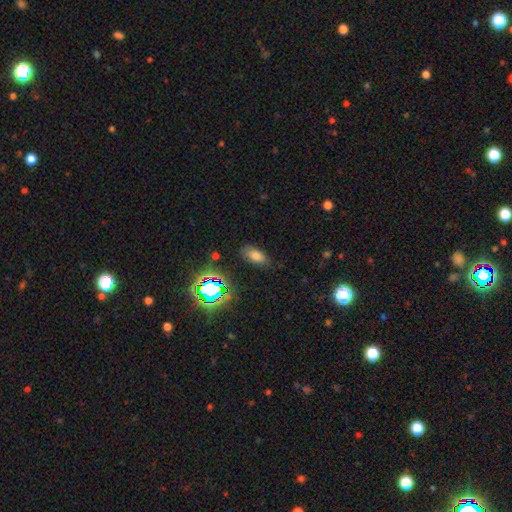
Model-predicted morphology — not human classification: smooth_or_featured: smooth (p=0.71) [alt: star or artifact p=0.19]
how_rounded: in between (p=0.87) [alt: cigar-shaped p=0.08]
merging: none (p=0.83) [alt: minor disturbance p=0.12]